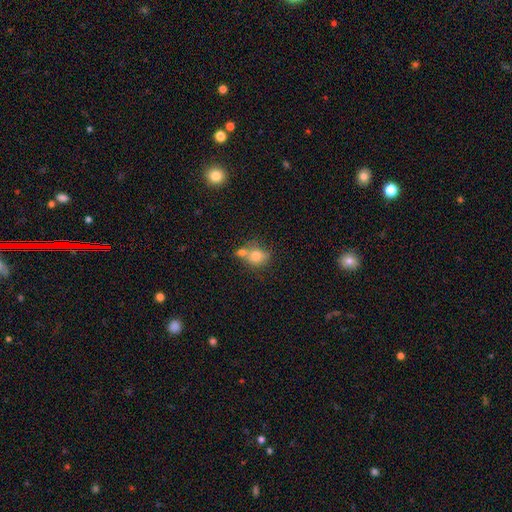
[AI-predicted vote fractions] This appears to be a smooth galaxy with no disk features (78%) that is round (68%). Merging: none (43%).